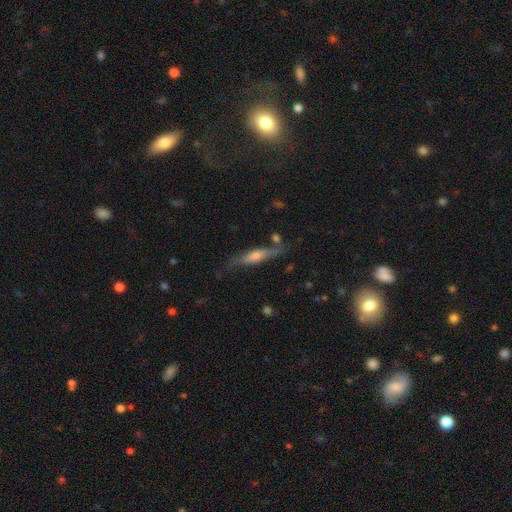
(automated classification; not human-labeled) A featured or disk galaxy (59%) viewed edge-on (89%) with a rounded central bulge (78%).

Vote fractions:
- Smooth or featured? featured or disk: 59% / smooth: 34% / star or artifact: 7%
- Edge-on disk? yes: 89% / no: 11%
- Edge-on bulge? rounded: 78% / none: 12% / boxy: 10%
- Merging? none: 72% / minor disturbance: 18% / major disturbance: 5% / merger: 5%